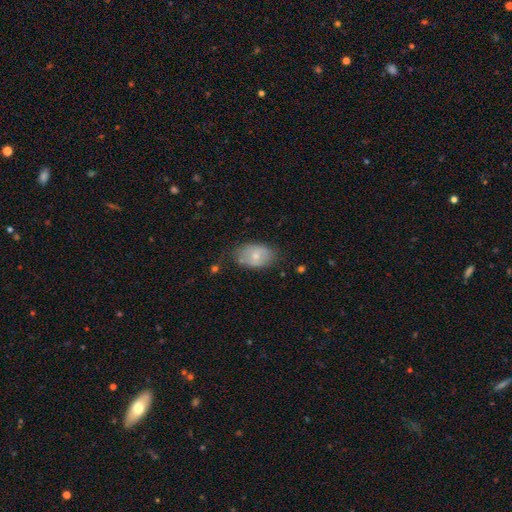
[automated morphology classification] smooth_or_featured: smooth (p=0.67) [alt: featured or disk p=0.26]
how_rounded: in between (p=0.86) [alt: round p=0.13]
merging: none (p=0.67) [alt: minor disturbance p=0.24]